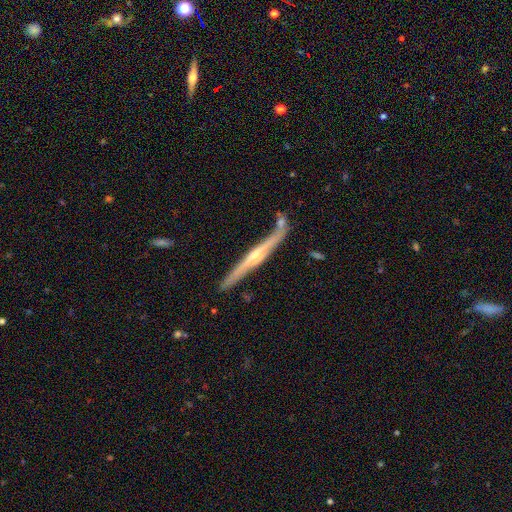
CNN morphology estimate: This appears to be a featured or disk galaxy (81%) viewed edge-on (97%) with a rounded central bulge (82%). Merging: none (76%).